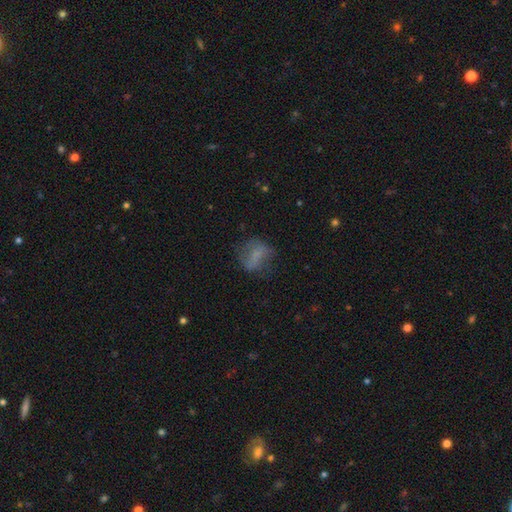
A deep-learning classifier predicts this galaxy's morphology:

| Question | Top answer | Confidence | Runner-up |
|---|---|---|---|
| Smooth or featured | smooth | 56% | featured or disk (31%) |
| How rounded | in between | 53% | round (42%) |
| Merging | none | 56% | minor disturbance (23%) |